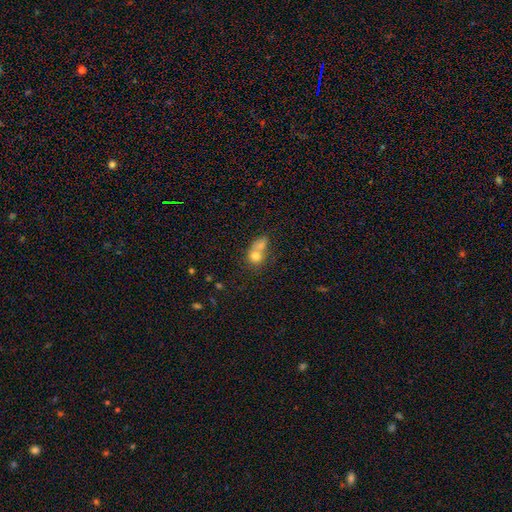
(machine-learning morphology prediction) The model was most divided on "how rounded": round: 61%, in between: 38%, cigar-shaped: 2%. More confident: smooth or featured — smooth (72%); merging — merger (63%).